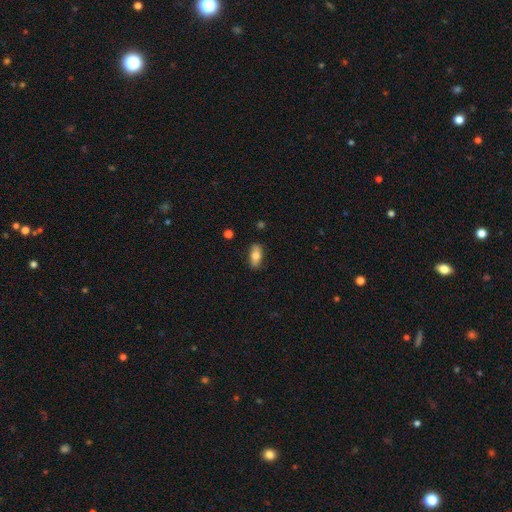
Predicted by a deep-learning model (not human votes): smooth_or_featured: smooth (p=0.75) [alt: featured or disk p=0.18]
how_rounded: in between (p=0.84) [alt: cigar-shaped p=0.12]
merging: none (p=0.85) [alt: minor disturbance p=0.11]